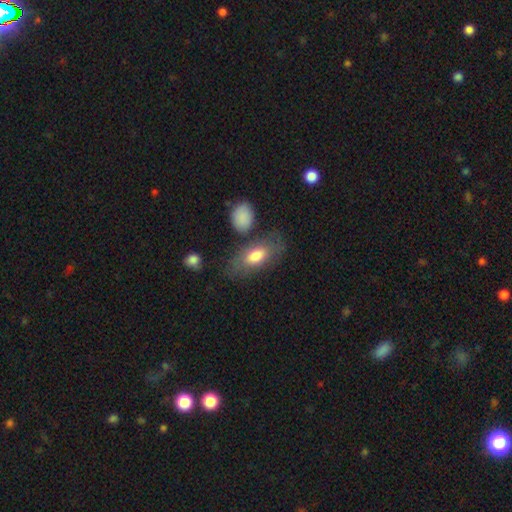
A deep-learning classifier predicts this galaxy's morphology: Smooth or featured?
  - smooth: 73% *
  - featured or disk: 20%
  - star or artifact: 7%
How rounded?
  - in between: 87% *
  - cigar-shaped: 8%
  - round: 5%
Merging?
  - none: 67% *
  - minor disturbance: 17%
  - major disturbance: 8%
  - merger: 7%